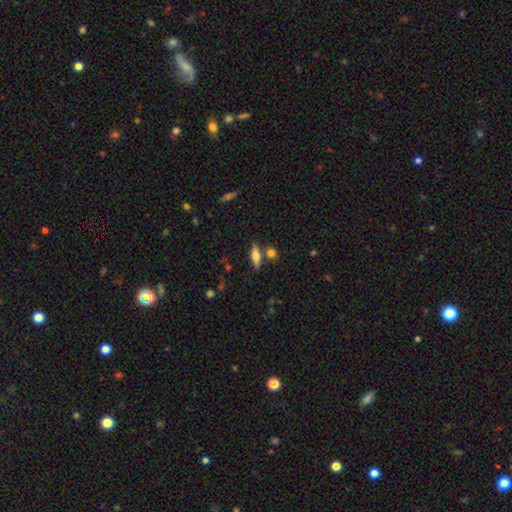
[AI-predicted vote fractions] smooth-or-featured: smooth: 54% | featured or disk: 38% | star or artifact: 8%
  how-rounded: cigar-shaped: 50% | in between: 46% | round: 4%
  merging: none: 76% | merger: 11% | minor disturbance: 10% | major disturbance: 3%